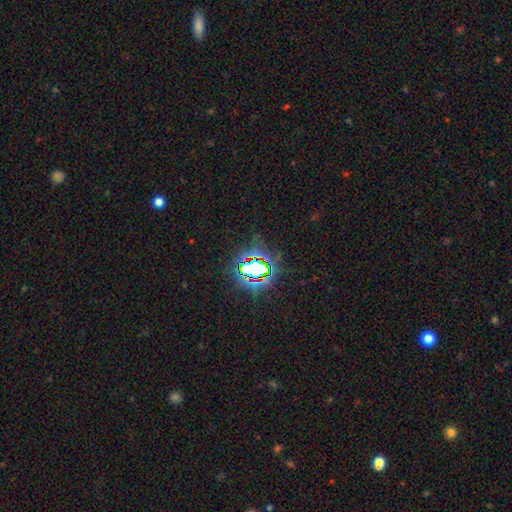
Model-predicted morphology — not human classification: Q: Smooth or featured?
A: star or artifact (79%); runner-up: smooth (13%)